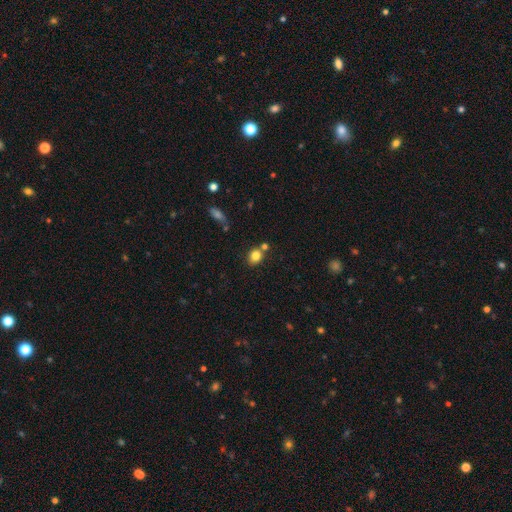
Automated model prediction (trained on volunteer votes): smooth 82%, star or artifact 11%, featured or disk 7%. Down the decision tree: how rounded — round (62%); merging — none (68%).